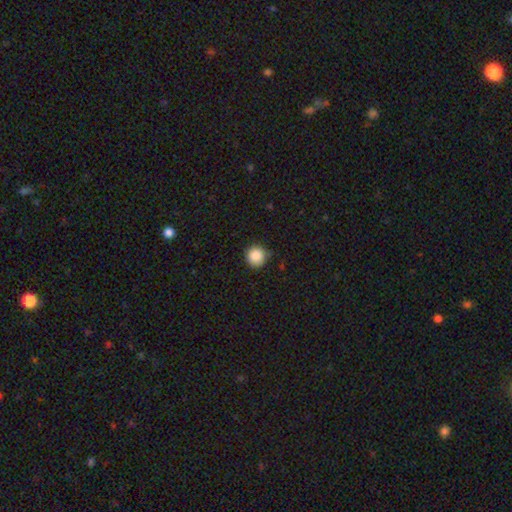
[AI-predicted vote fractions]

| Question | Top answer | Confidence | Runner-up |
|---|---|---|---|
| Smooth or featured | smooth | 87% | star or artifact (10%) |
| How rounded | round | 93% | in between (6%) |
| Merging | none | 84% | minor disturbance (13%) |